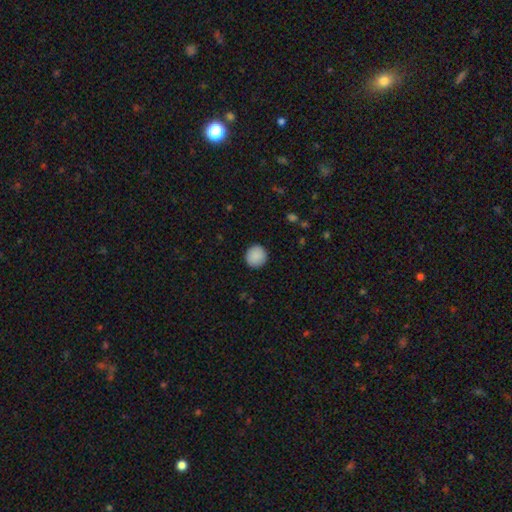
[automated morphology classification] A smooth galaxy with no disk features (90%) that is round (95%).

Vote fractions:
- Smooth or featured? smooth: 90% / star or artifact: 7% / featured or disk: 3%
- How rounded? round: 95% / in between: 4% / cigar-shaped: 1%
- Merging? none: 92% / minor disturbance: 5% / major disturbance: 2% / merger: 1%